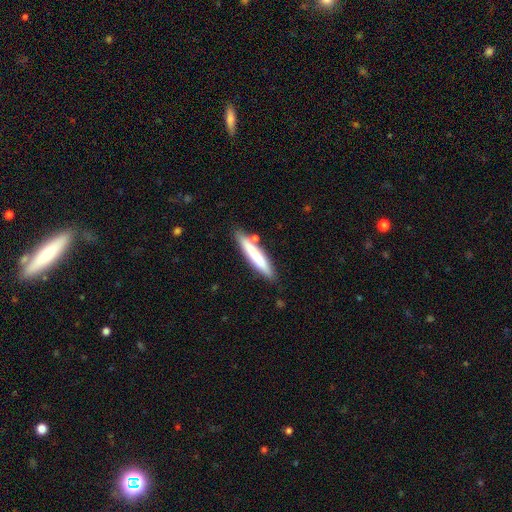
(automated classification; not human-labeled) Smooth or featured?
  - smooth: 69% *
  - featured or disk: 26%
  - star or artifact: 5%
How rounded?
  - cigar-shaped: 91% *
  - in between: 8%
  - round: 1%
Merging?
  - none: 79% *
  - minor disturbance: 12%
  - merger: 6%
  - major disturbance: 2%